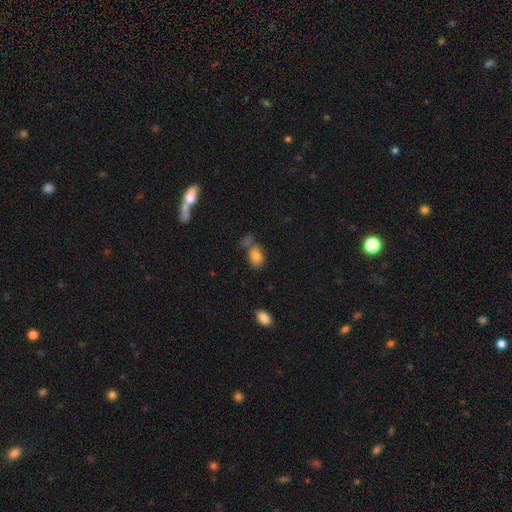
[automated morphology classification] Smooth or featured?
  - smooth: 82% *
  - star or artifact: 9%
  - featured or disk: 9%
How rounded?
  - in between: 81% *
  - round: 17%
  - cigar-shaped: 2%
Merging?
  - none: 52% *
  - merger: 23%
  - minor disturbance: 17%
  - major disturbance: 7%